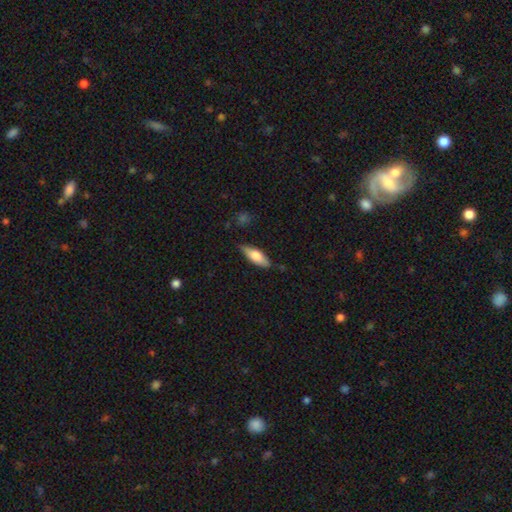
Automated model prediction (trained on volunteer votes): The model was most divided on "how rounded": in between: 61%, cigar-shaped: 36%, round: 2%. More confident: merging — none (80%); smooth or featured — smooth (70%).